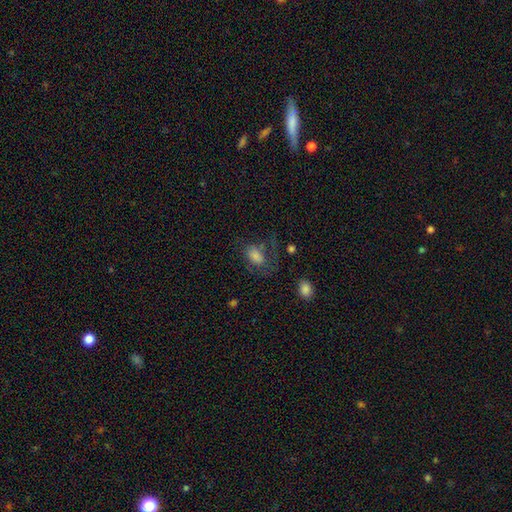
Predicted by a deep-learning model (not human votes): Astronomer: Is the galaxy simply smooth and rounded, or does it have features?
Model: smooth — 59%.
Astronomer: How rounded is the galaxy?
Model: in between — 79%.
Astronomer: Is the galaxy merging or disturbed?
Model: none — 42% (runner-up: major disturbance, 34%).